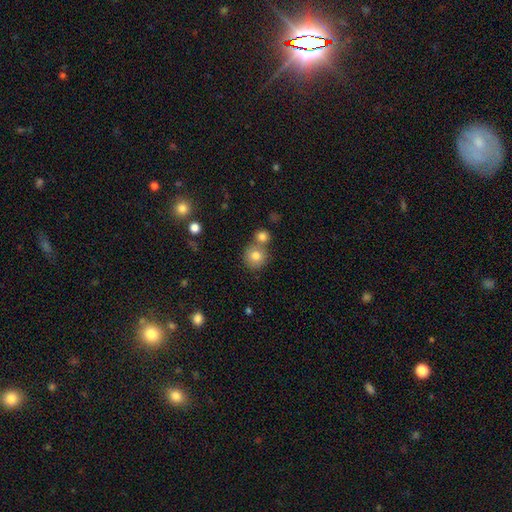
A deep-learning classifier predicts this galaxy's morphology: smooth 80%, star or artifact 11%, featured or disk 10%. Down the decision tree: how rounded — round (89%); merging — none (57%).